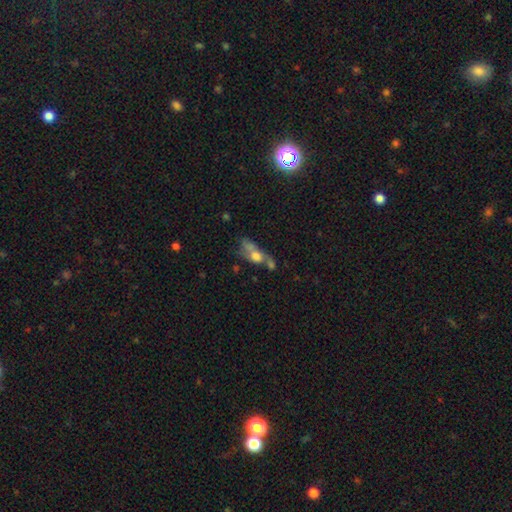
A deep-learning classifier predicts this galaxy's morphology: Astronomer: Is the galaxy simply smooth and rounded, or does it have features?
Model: smooth — 52% (runner-up: featured or disk, 36%).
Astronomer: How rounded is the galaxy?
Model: in between — 64%.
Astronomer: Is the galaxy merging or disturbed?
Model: merger — 38% (runner-up: none, 25%).